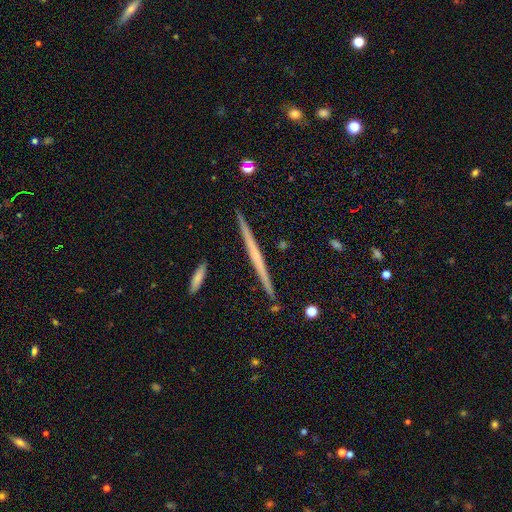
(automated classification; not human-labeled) Q: Smooth or featured?
A: featured or disk (64%); runner-up: smooth (30%)
Q: Edge-on disk?
A: yes (98%); runner-up: no (2%)
Q: Edge-on bulge?
A: none (82%); runner-up: rounded (14%)
Q: Merging?
A: none (92%); runner-up: minor disturbance (5%)